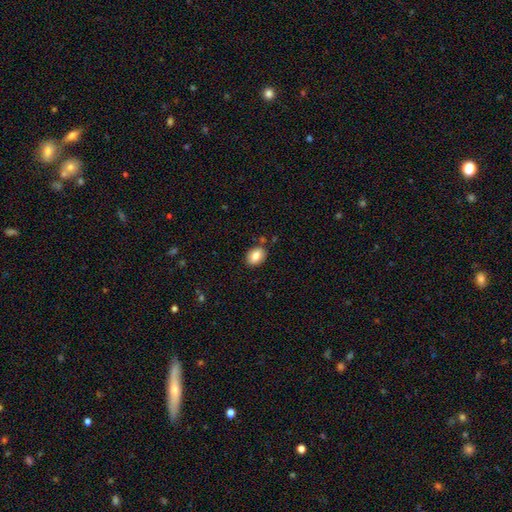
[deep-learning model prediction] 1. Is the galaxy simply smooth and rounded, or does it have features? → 81% smooth, 11% featured or disk, 8% star or artifact.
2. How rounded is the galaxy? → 72% in between, 27% round, 1% cigar-shaped.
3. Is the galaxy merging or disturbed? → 83% none, 11% minor disturbance, 4% merger, 2% major disturbance.